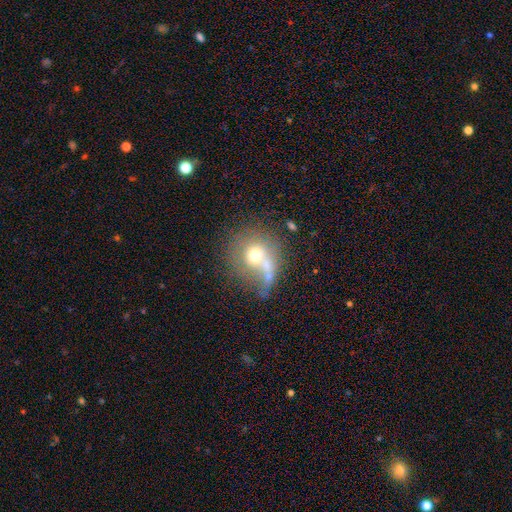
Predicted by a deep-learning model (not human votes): Morphology: type=smooth (56%); roundness=round (83%); merging=merger (40%).